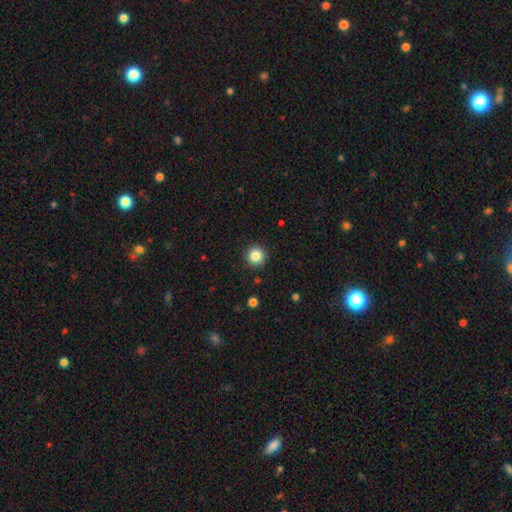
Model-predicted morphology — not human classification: This is clearly a smooth galaxy (84%). How rounded: clearly round (95%). Merging: clearly none (91%).